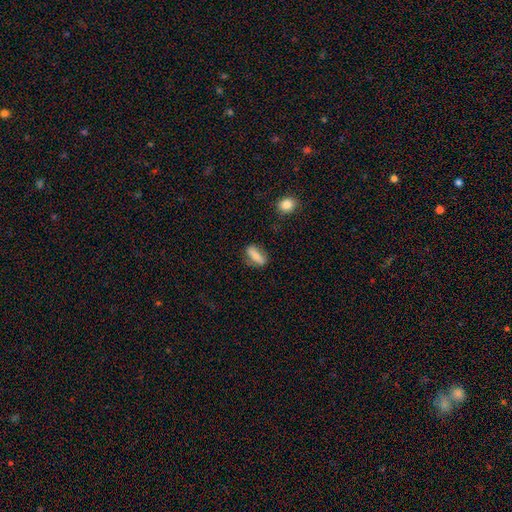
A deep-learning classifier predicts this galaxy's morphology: A smooth galaxy with no disk features (66%) that is in between round and cigar-shaped (60%).

Vote fractions:
- Smooth or featured? smooth: 66% / featured or disk: 26% / star or artifact: 8%
- How rounded? in between: 60% / cigar-shaped: 34% / round: 6%
- Merging? none: 76% / minor disturbance: 17% / major disturbance: 5% / merger: 2%